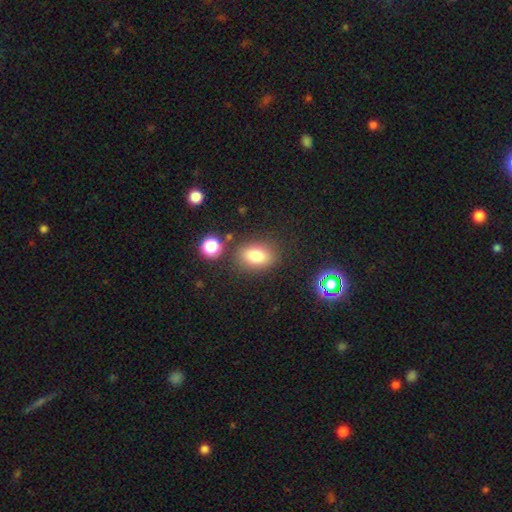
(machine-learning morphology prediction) Smooth or featured: smooth — 80% (star or artifact — 12%)
How rounded: in between — 78% (round — 20%)
Merging: none — 78% (minor disturbance — 12%)